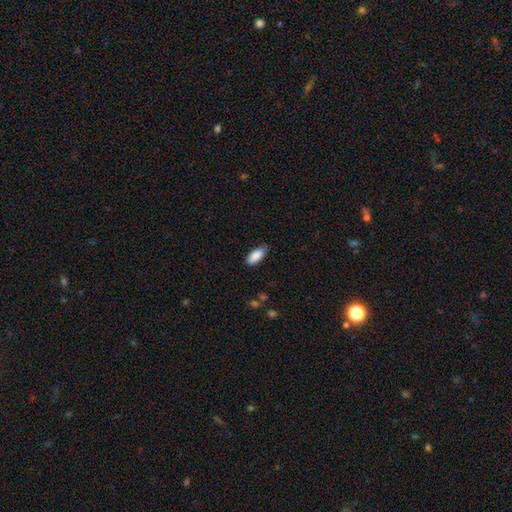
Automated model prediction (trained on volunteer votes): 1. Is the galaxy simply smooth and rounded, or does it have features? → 88% smooth, 6% star or artifact, 6% featured or disk.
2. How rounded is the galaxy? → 85% in between, 13% cigar-shaped, 2% round.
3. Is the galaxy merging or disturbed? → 75% none, 20% minor disturbance, 3% major disturbance, 1% merger.